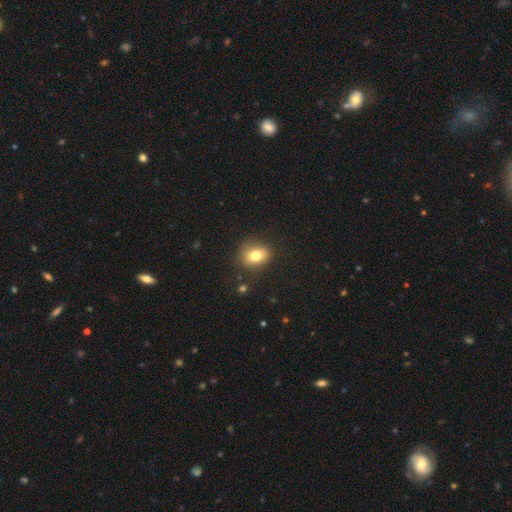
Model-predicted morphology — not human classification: Q: Smooth or featured?
A: smooth (79%); runner-up: featured or disk (11%)
Q: How rounded?
A: in between (60%); runner-up: round (38%)
Q: Merging?
A: none (80%); runner-up: minor disturbance (14%)